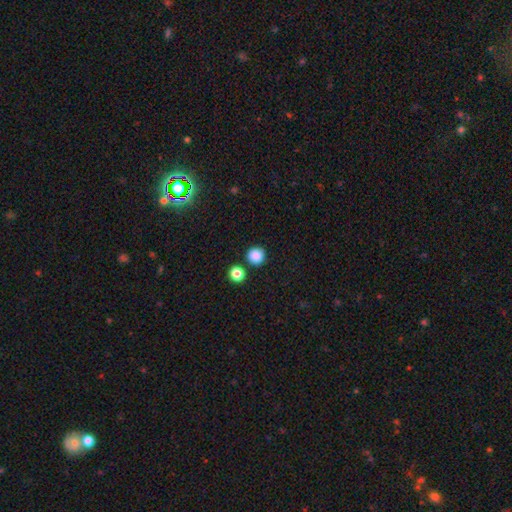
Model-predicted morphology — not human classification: Smooth or featured: smooth — 86% (star or artifact — 10%)
How rounded: round — 94% (in between — 5%)
Merging: none — 86% (minor disturbance — 6%)